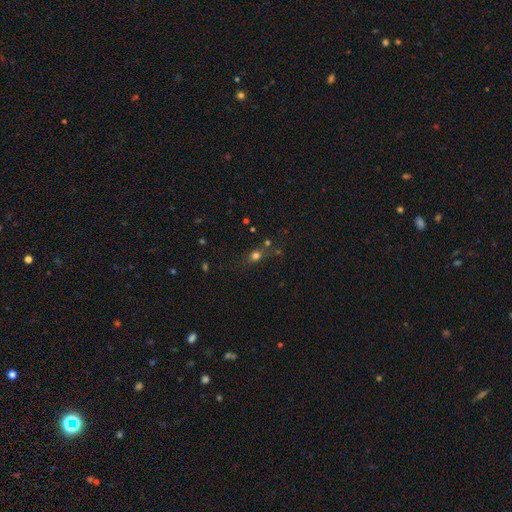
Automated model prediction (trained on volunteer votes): The model was most divided on "how rounded": round: 61%, in between: 33%, cigar-shaped: 6%. More confident: merging — none (65%); smooth or featured — smooth (65%).